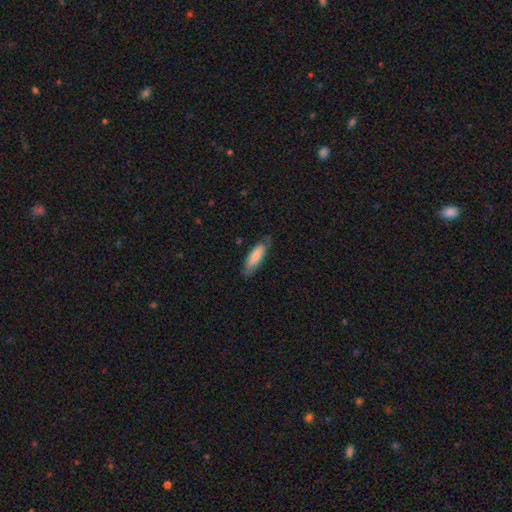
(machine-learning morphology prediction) type=smooth (76%); roundness=cigar-shaped (50%); merging=none (71%).